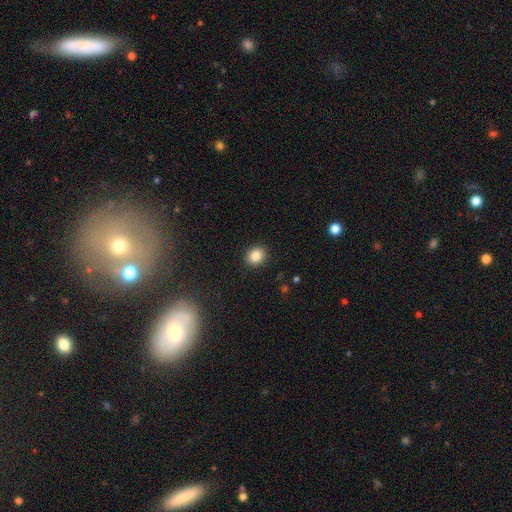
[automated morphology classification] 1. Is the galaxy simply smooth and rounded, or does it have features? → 85% smooth, 10% star or artifact, 5% featured or disk.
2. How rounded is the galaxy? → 75% round, 25% in between, 1% cigar-shaped.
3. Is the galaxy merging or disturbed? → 91% none, 6% minor disturbance, 2% major disturbance, 1% merger.